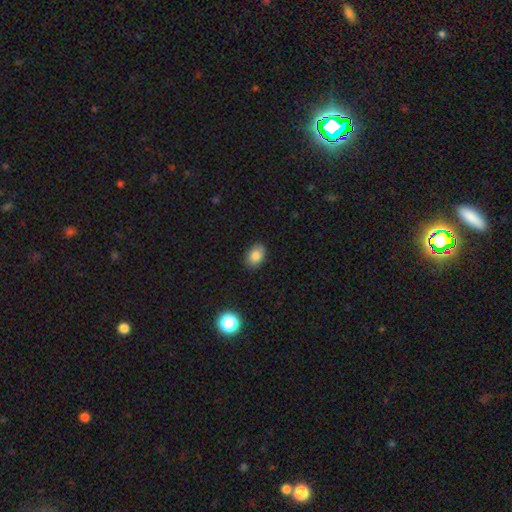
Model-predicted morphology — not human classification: This is clearly a smooth galaxy (84%). How rounded: likely in between (76%). Merging: clearly none (86%).